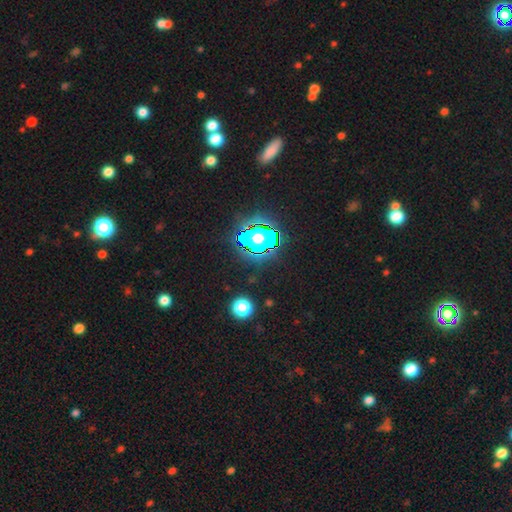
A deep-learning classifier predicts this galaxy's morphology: This appears to be a star or artifact, not a galaxy (72%).